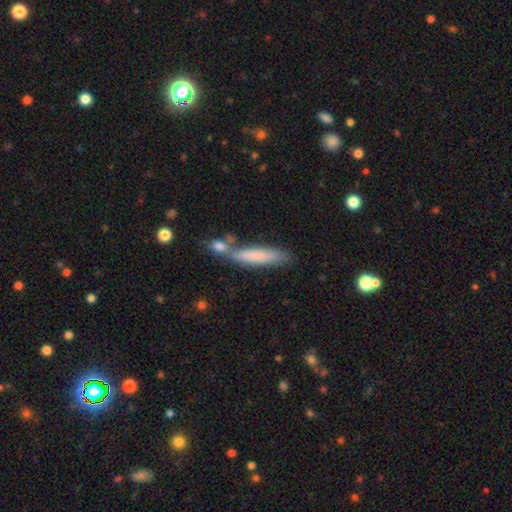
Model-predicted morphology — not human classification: Smooth or featured? Predicted: smooth (p=0.73). How rounded? Predicted: cigar-shaped (p=0.85). Merging? Predicted: none (p=0.61).